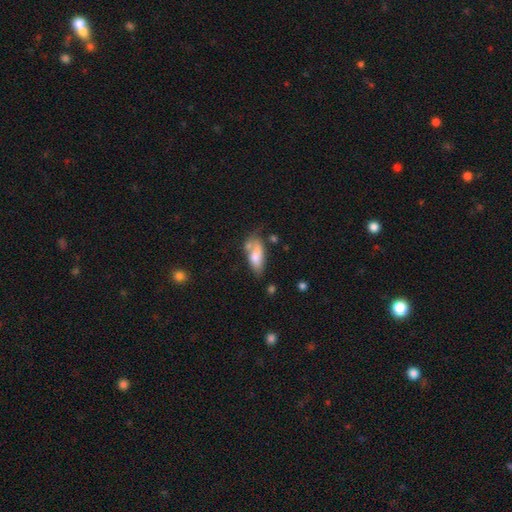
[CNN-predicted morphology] Smooth or featured? smooth (72%)
How rounded? in between (78%)
Merging? none (39%)